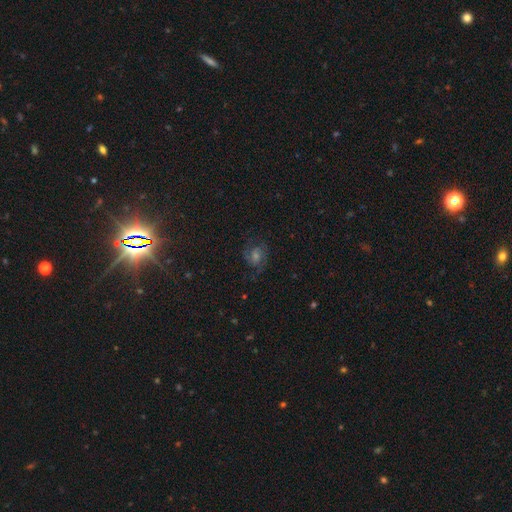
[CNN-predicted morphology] Smooth or featured: featured or disk — 57% (star or artifact — 25%)
Edge-on disk: no — 97% (yes — 3%)
Bar: no — 58% (weak — 34%)
Spiral arms: yes — 92% (no — 8%)
Spiral winding: medium — 50% (tight — 33%)
Spiral arm count: 2 — 68% (can't tell — 16%)
Bulge size: moderate — 50% (small — 33%)
Merging: none — 75% (minor disturbance — 14%)